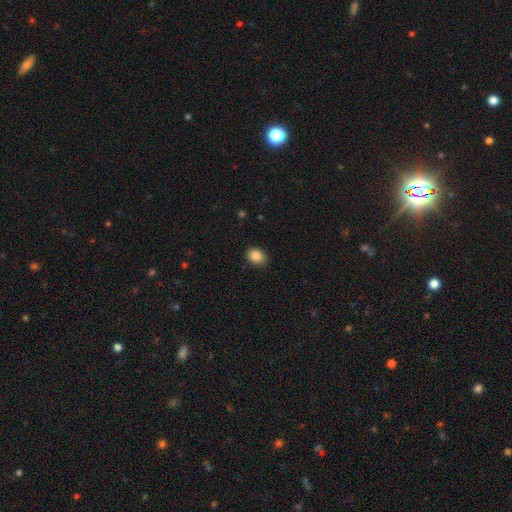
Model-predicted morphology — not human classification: A smooth galaxy with no disk features (86%) that is in between round and cigar-shaped (60%). Merging: none (83%).